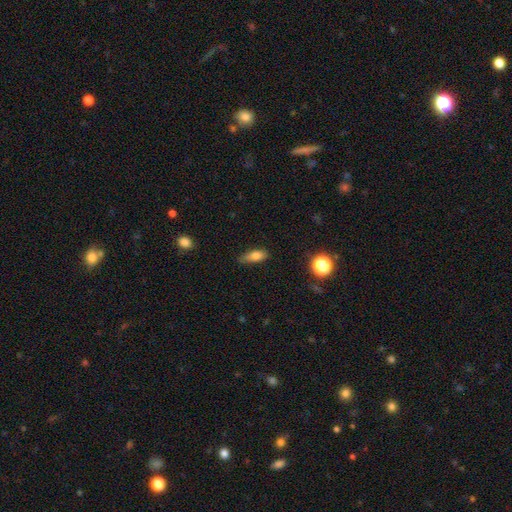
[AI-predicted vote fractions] Smooth or featured?
  - smooth: 75% *
  - featured or disk: 15%
  - star or artifact: 9%
How rounded?
  - in between: 67% *
  - cigar-shaped: 28%
  - round: 5%
Merging?
  - none: 64% *
  - minor disturbance: 28%
  - major disturbance: 6%
  - merger: 2%